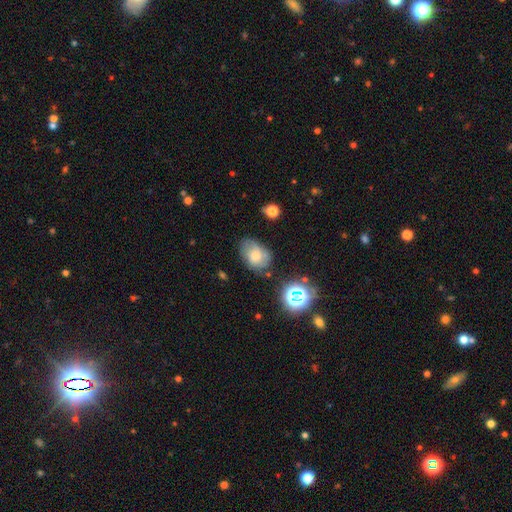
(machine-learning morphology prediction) A smooth galaxy with no disk features (61%) that is in between round and cigar-shaped (75%). Merging: none (58%).